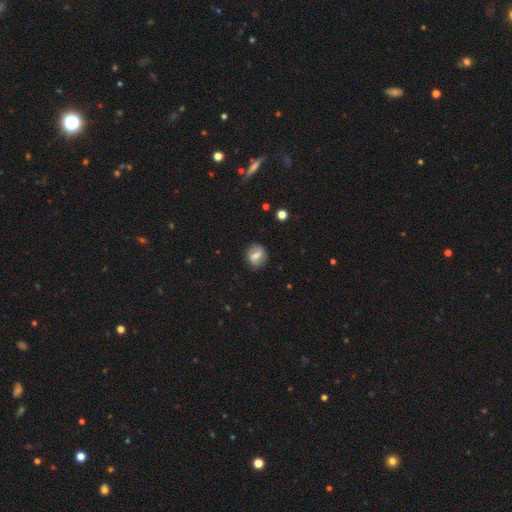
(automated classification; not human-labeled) Overall: smooth (48%; featured or disk 43%). Merging: none (82%).